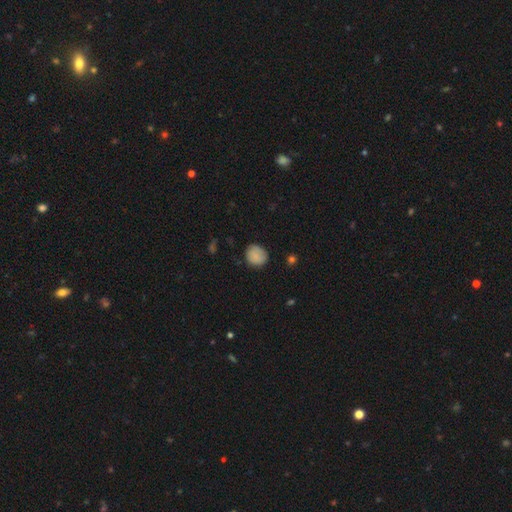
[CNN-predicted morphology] smooth-or-featured: smooth: 86% | star or artifact: 8% | featured or disk: 6%
  how-rounded: round: 78% | in between: 21% | cigar-shaped: 1%
  merging: none: 80% | minor disturbance: 16% | major disturbance: 3% | merger: 1%